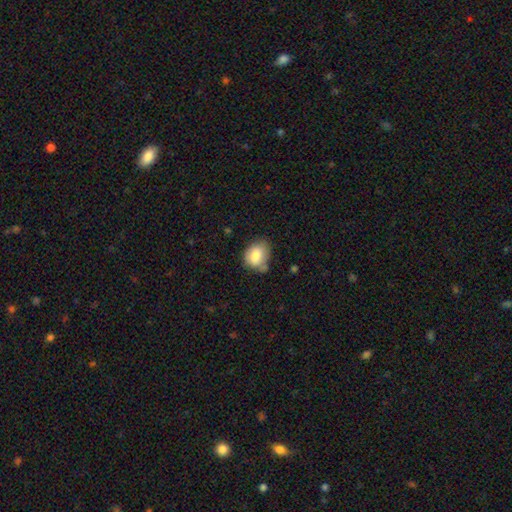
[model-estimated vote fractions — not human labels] Smooth or featured?
  - smooth: 80% *
  - featured or disk: 12%
  - star or artifact: 8%
How rounded?
  - in between: 60% *
  - round: 39%
  - cigar-shaped: 1%
Merging?
  - none: 55% *
  - minor disturbance: 29%
  - merger: 9%
  - major disturbance: 7%